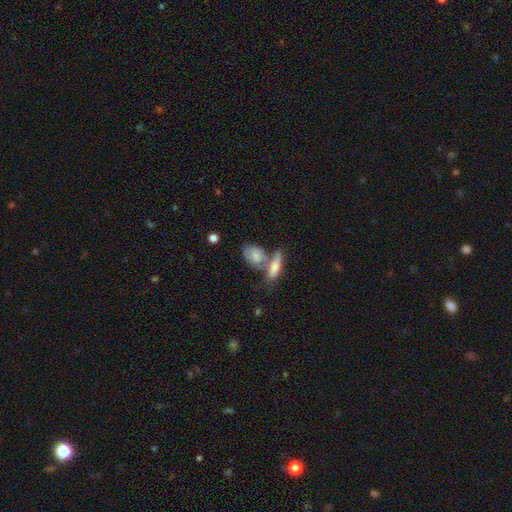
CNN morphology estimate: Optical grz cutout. It shows a smooth galaxy with no disk features (72%) that is in between round and cigar-shaped (78%). Merging: merger (44%).